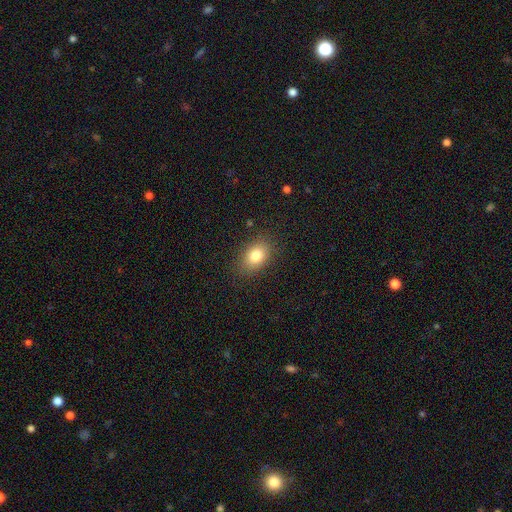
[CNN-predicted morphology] Overall: smooth (81%). How rounded: in between (78%). Merging: none (85%).